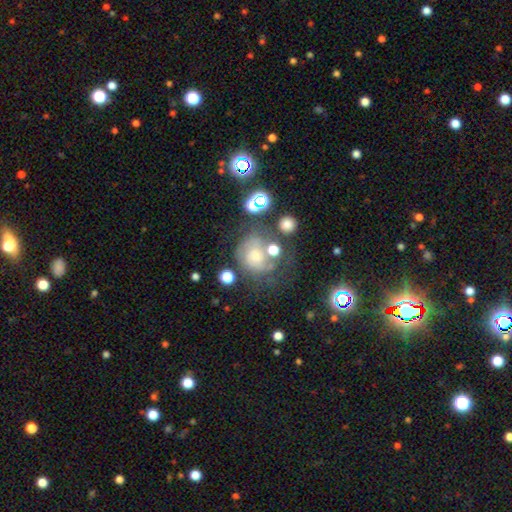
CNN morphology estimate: Q: Smooth or featured?
A: featured or disk (42%); runner-up: smooth (41%)
Q: Merging?
A: none (41%); runner-up: major disturbance (25%)